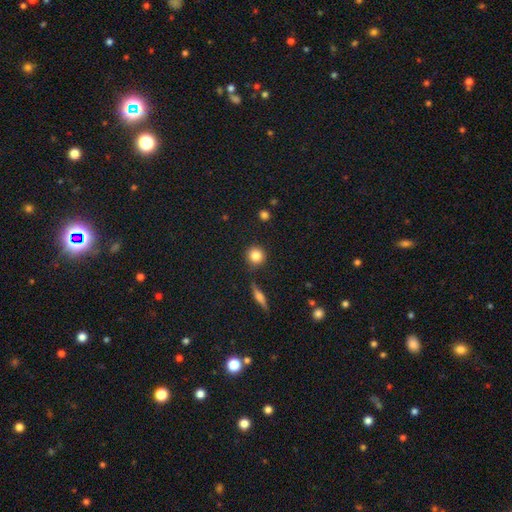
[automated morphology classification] smooth-or-featured: smooth: 83% | star or artifact: 10% | featured or disk: 7%
  how-rounded: round: 91% | in between: 7% | cigar-shaped: 1%
  merging: none: 84% | minor disturbance: 9% | merger: 4% | major disturbance: 3%